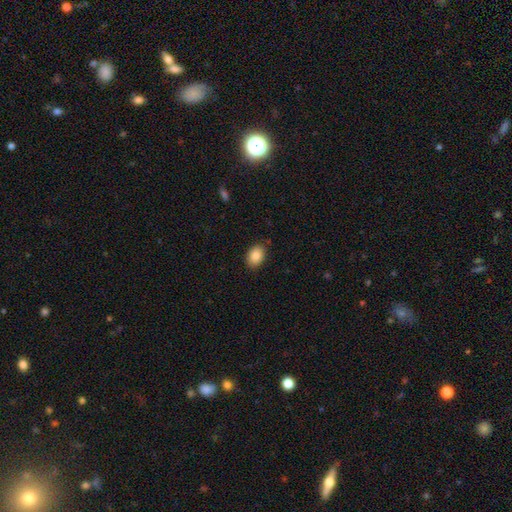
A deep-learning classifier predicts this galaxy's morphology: Q: Smooth or featured?
A: smooth (87%); runner-up: star or artifact (7%)
Q: How rounded?
A: in between (83%); runner-up: round (16%)
Q: Merging?
A: none (86%); runner-up: minor disturbance (10%)